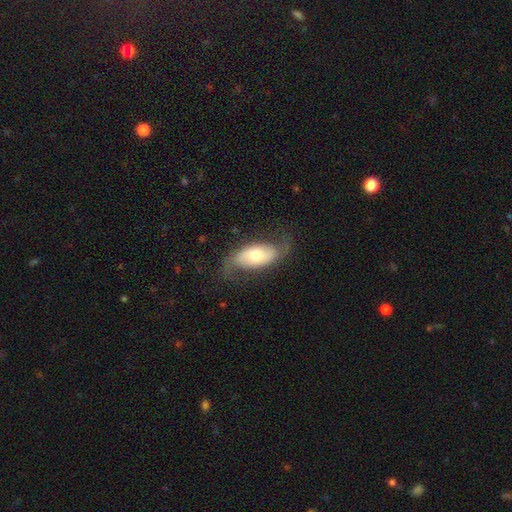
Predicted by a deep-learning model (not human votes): A featured or disk galaxy (62%) with no bar (64%), spiral arms (80%) and a moderate central bulge (67%). Merging: none (65%).